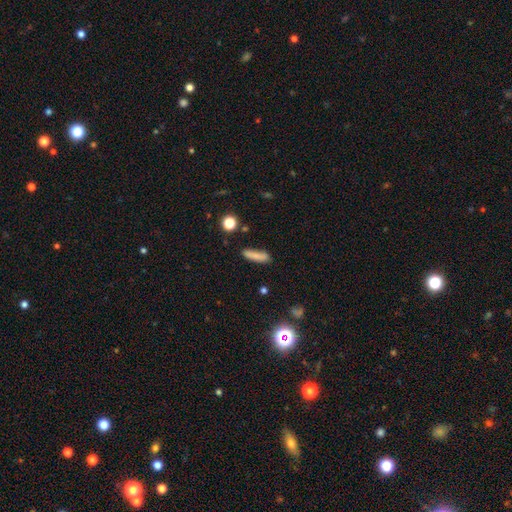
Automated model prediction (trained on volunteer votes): A smooth galaxy with no disk features (81%) that is cigar-shaped (74%).

Vote fractions:
- Smooth or featured? smooth: 81% / star or artifact: 10% / featured or disk: 9%
- How rounded? cigar-shaped: 74% / in between: 23% / round: 2%
- Merging? none: 75% / minor disturbance: 17% / major disturbance: 4% / merger: 4%